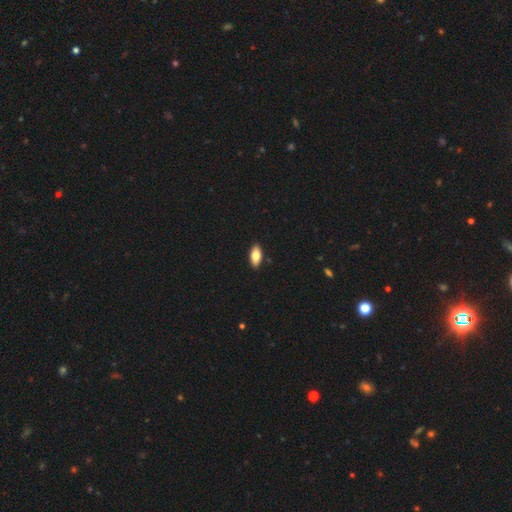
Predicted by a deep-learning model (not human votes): This is likely a smooth galaxy (76%). How rounded: clearly in between (88%). Merging: clearly none (90%).